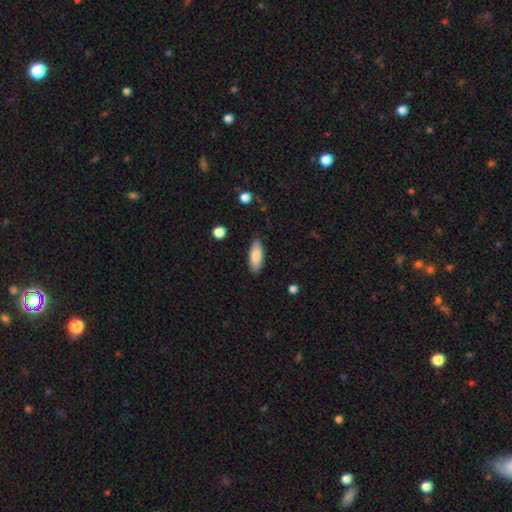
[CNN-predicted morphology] smooth-or-featured: smooth: 85% | featured or disk: 9% | star or artifact: 6%
  how-rounded: in between: 73% | cigar-shaped: 25% | round: 2%
  merging: none: 86% | minor disturbance: 11% | major disturbance: 2% | merger: 1%